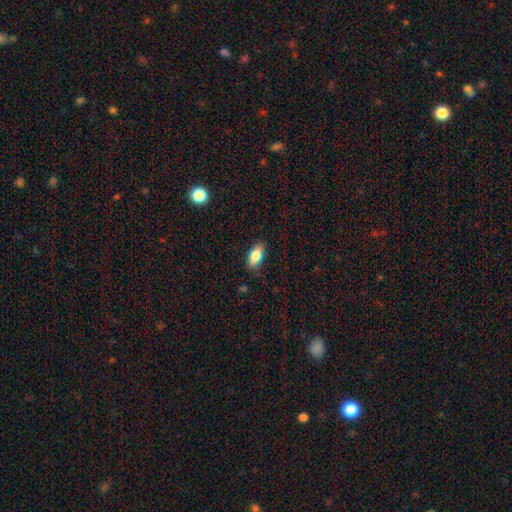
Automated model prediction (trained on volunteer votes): Smooth or featured? smooth (83%)
How rounded? in between (88%)
Merging? none (84%)